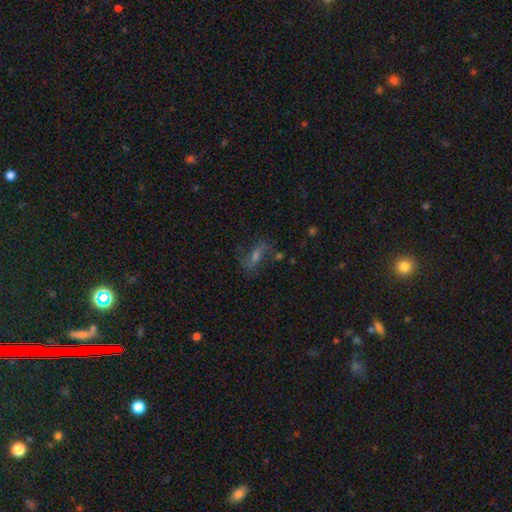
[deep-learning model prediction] Smooth or featured: featured or disk — 53% (smooth — 25%)
Edge-on disk: no — 78% (yes — 22%)
Merging: none — 69% (minor disturbance — 16%)